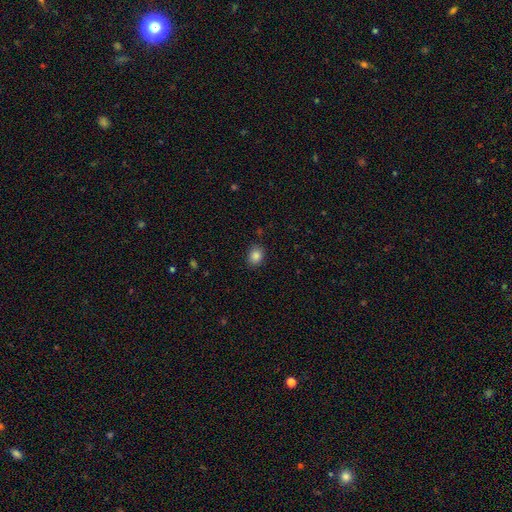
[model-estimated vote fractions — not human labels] Smooth or featured? Predicted: smooth (p=0.85). How rounded? Predicted: round (p=0.55). Merging? Predicted: none (p=0.87).